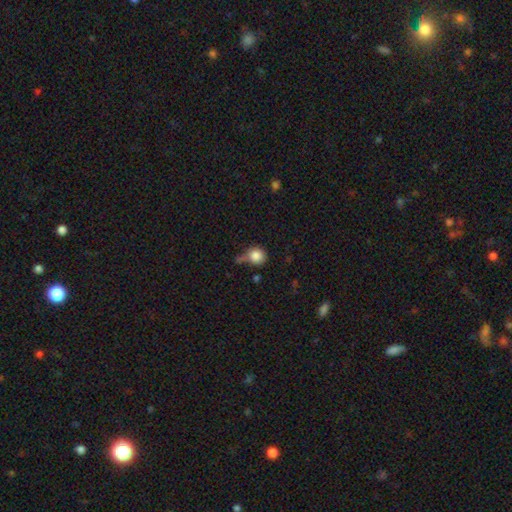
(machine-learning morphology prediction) smooth-or-featured: smooth: 85% | star or artifact: 9% | featured or disk: 6%
  how-rounded: round: 88% | in between: 11% | cigar-shaped: 1%
  merging: none: 54% | minor disturbance: 22% | merger: 16% | major disturbance: 8%